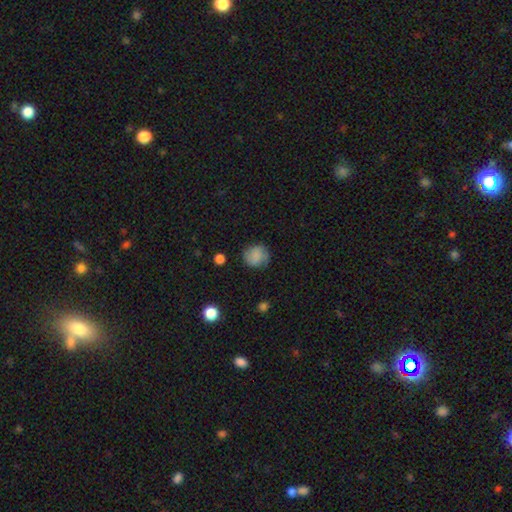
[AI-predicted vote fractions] This is likely a smooth galaxy (75%). How rounded: clearly round (81%). Merging: likely none (70%).